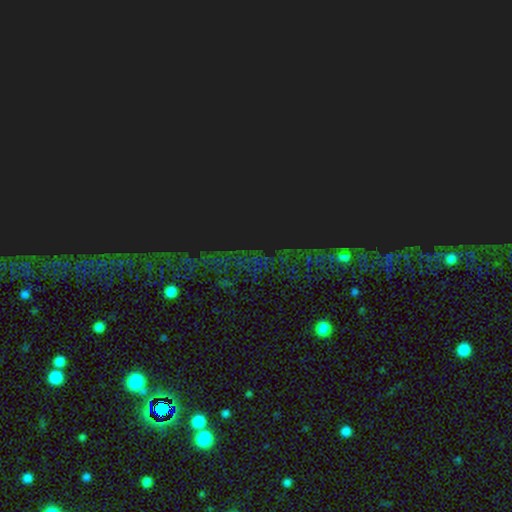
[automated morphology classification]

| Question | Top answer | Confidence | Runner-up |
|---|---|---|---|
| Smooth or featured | star or artifact | 80% | smooth (11%) |